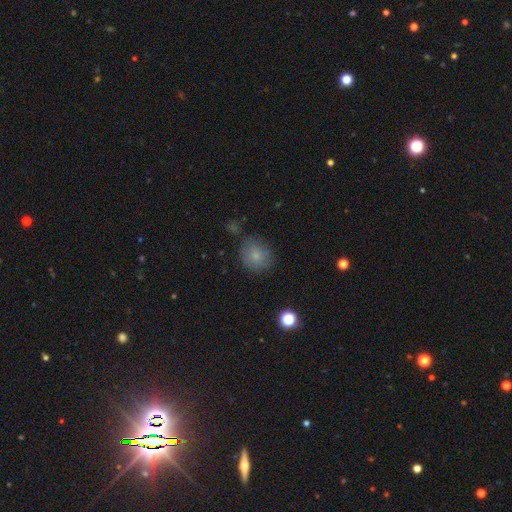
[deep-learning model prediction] smooth_or_featured: smooth (p=0.77) [alt: featured or disk p=0.12]
how_rounded: round (p=0.78) [alt: in between p=0.21]
merging: none (p=0.73) [alt: minor disturbance p=0.18]